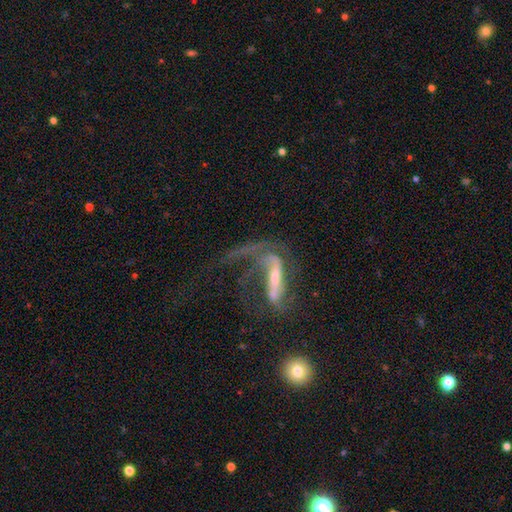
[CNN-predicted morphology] Smooth or featured?
  - featured or disk: 76% *
  - smooth: 15%
  - star or artifact: 10%
Edge-on disk?
  - no: 74% *
  - yes: 26%
Bar?
  - strong: 45% *
  - no: 28%
  - weak: 27%
Spiral arms?
  - yes: 75% *
  - no: 25%
Bulge size?
  - small: 48% *
  - moderate: 33%
  - none: 12%
  - large: 5%
  - dominant: 2%
Merging?
  - major disturbance: 59% *
  - none: 21%
  - minor disturbance: 11%
  - merger: 9%